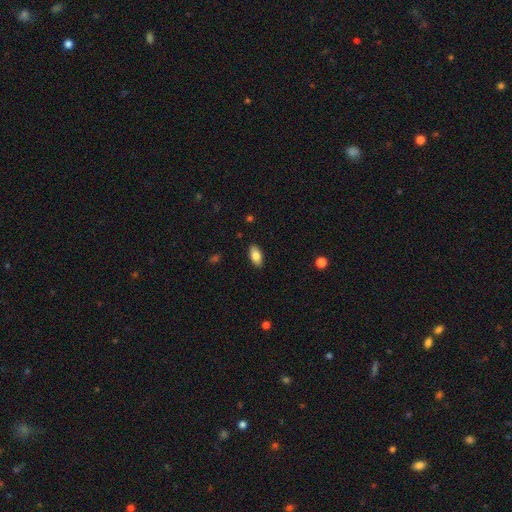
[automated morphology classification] The model was most divided on "smooth or featured": smooth: 82%, featured or disk: 11%, star or artifact: 7%. More confident: how rounded — in between (91%); merging — none (88%).